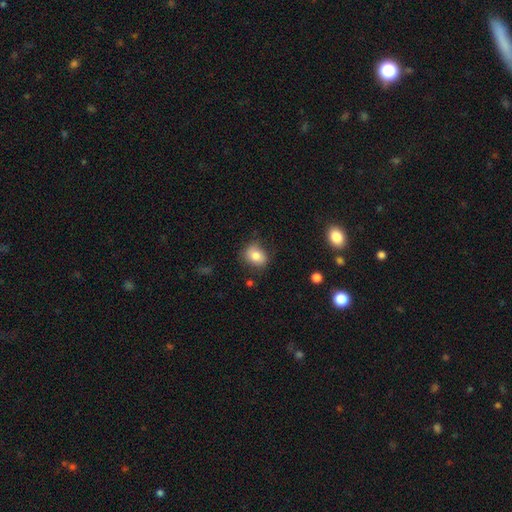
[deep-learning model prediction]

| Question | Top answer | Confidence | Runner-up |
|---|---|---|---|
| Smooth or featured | smooth | 80% | featured or disk (10%) |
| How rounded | in between | 50% | round (49%) |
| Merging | none | 72% | minor disturbance (21%) |